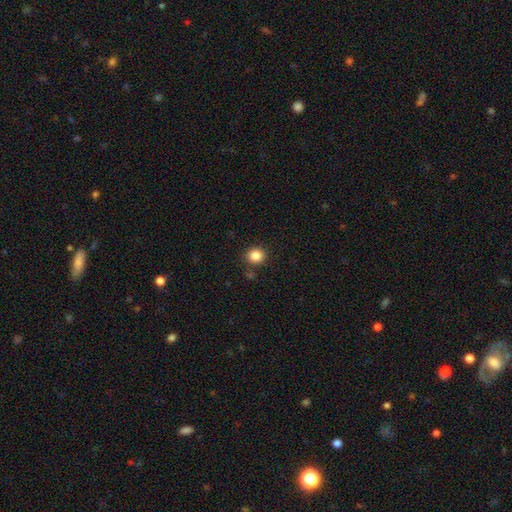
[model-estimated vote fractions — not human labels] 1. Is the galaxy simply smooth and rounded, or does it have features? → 85% smooth, 11% star or artifact, 4% featured or disk.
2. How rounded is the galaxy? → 84% round, 15% in between, 1% cigar-shaped.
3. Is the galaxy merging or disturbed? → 86% none, 8% minor disturbance, 4% merger, 2% major disturbance.